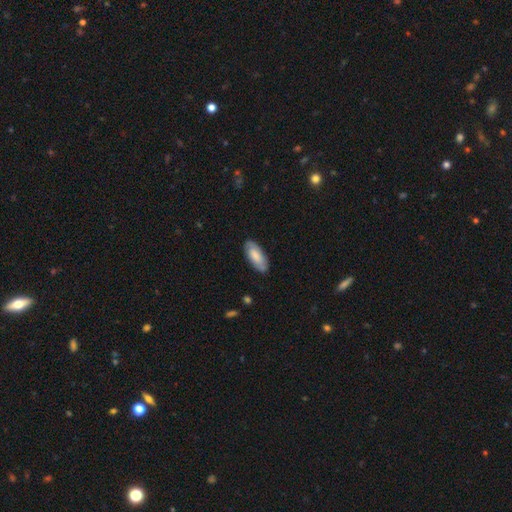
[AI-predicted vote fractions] This appears to be a smooth galaxy with no disk features (73%) that is in between round and cigar-shaped (84%). Merging: none (84%).